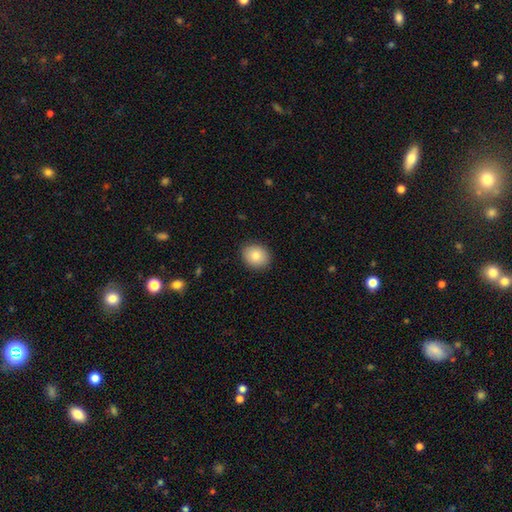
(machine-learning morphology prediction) smooth-or-featured: smooth: 83% | featured or disk: 8% | star or artifact: 8%
  how-rounded: round: 61% | in between: 38% | cigar-shaped: 1%
  merging: none: 89% | minor disturbance: 8% | major disturbance: 2% | merger: 1%